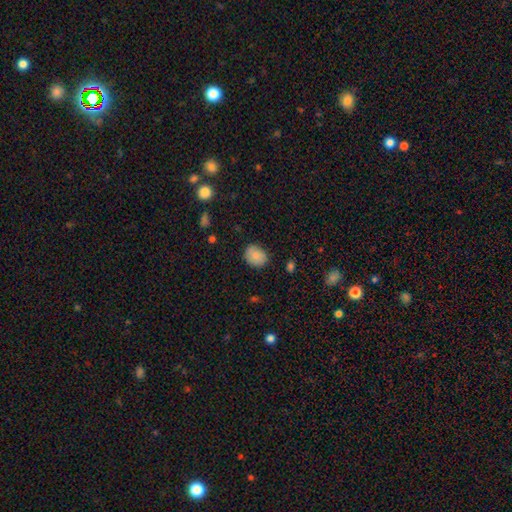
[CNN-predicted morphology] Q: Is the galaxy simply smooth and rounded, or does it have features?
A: smooth — 81%.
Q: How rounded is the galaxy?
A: round — 52%.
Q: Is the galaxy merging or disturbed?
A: none — 79%.